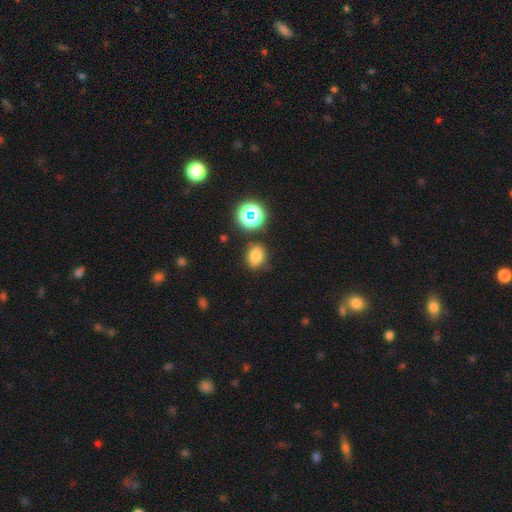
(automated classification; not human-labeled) A smooth galaxy with no disk features (74%) that is in between round and cigar-shaped (64%).

Vote fractions:
- Smooth or featured? smooth: 74% / star or artifact: 18% / featured or disk: 8%
- How rounded? in between: 64% / round: 34% / cigar-shaped: 2%
- Merging? none: 75% / minor disturbance: 16% / merger: 5% / major disturbance: 4%